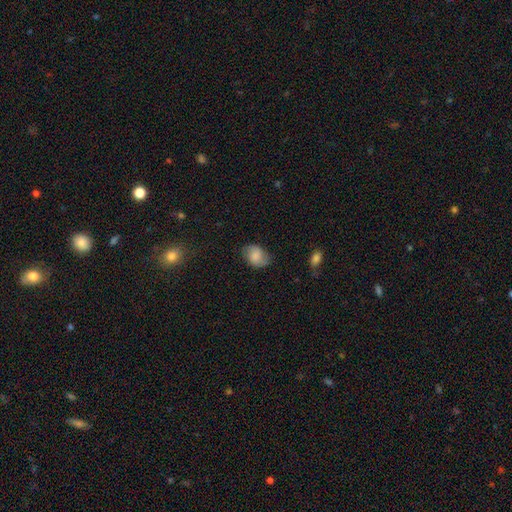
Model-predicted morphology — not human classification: smooth_or_featured: smooth (p=0.70) [alt: featured or disk p=0.22]
how_rounded: in between (p=0.77) [alt: round p=0.22]
merging: none (p=0.71) [alt: minor disturbance p=0.22]